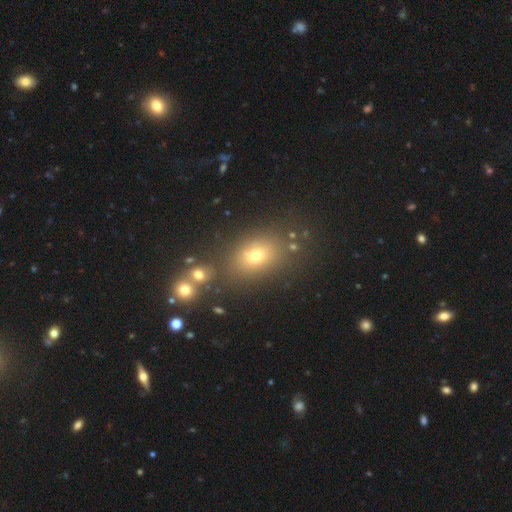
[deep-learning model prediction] A smooth galaxy with no disk features (61%) that is in between round and cigar-shaped (62%). Merging: none (75%).